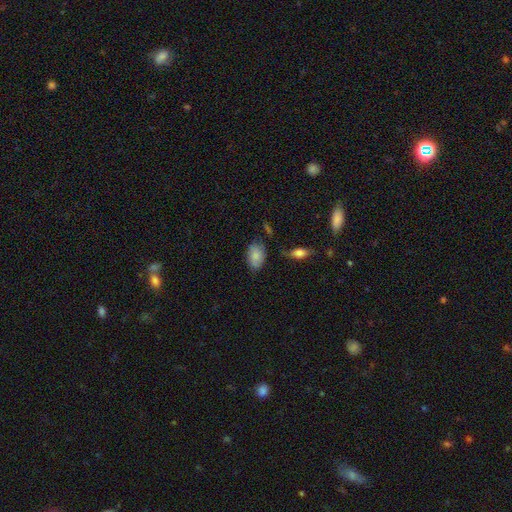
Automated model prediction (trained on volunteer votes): smooth-or-featured: smooth: 83% | featured or disk: 10% | star or artifact: 7%
  how-rounded: in between: 89% | round: 10% | cigar-shaped: 2%
  merging: none: 69% | minor disturbance: 22% | major disturbance: 5% | merger: 4%